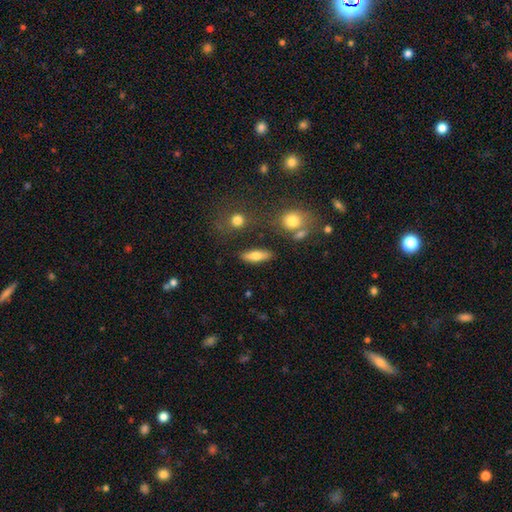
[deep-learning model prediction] A smooth galaxy with no disk features (74%) that is in between round and cigar-shaped (58%).

Vote fractions:
- Smooth or featured? smooth: 74% / featured or disk: 18% / star or artifact: 8%
- How rounded? in between: 58% / cigar-shaped: 37% / round: 5%
- Merging? none: 80% / minor disturbance: 11% / merger: 6% / major disturbance: 4%